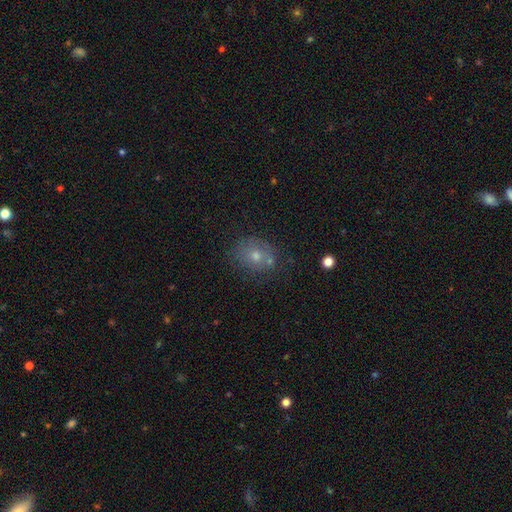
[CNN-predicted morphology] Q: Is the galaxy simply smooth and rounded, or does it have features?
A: smooth — 62%.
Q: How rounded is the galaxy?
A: round — 60%.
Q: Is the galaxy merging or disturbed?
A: none — 69%.